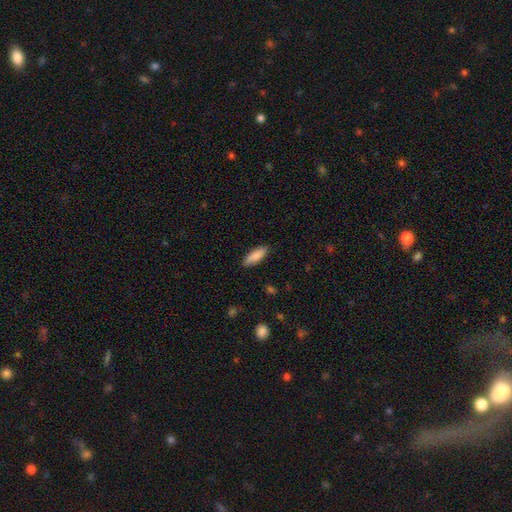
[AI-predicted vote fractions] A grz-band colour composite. It shows a smooth galaxy with no disk features (87%) that is in between round and cigar-shaped (63%). Merging: none (87%).